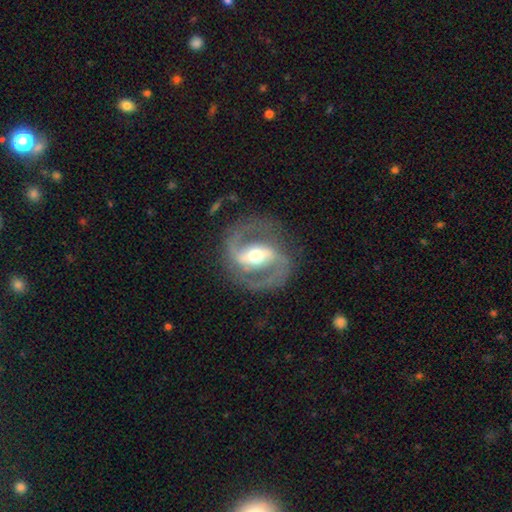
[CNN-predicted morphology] type=featured or disk (89%); edge-on=no (97%); bar=strong (57%); spiral arms=yes (92%); winding=medium (59%); arm count=2 (92%); bulge=moderate (69%); merging=none (80%).